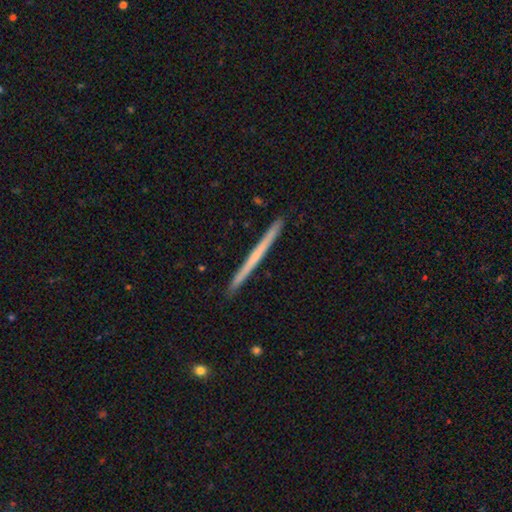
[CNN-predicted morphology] This is possibly a featured or disk galaxy (53%). It is clearly viewed edge-on (98%). Edge-on bulge: clearly none (86%). Merging: clearly none (92%).